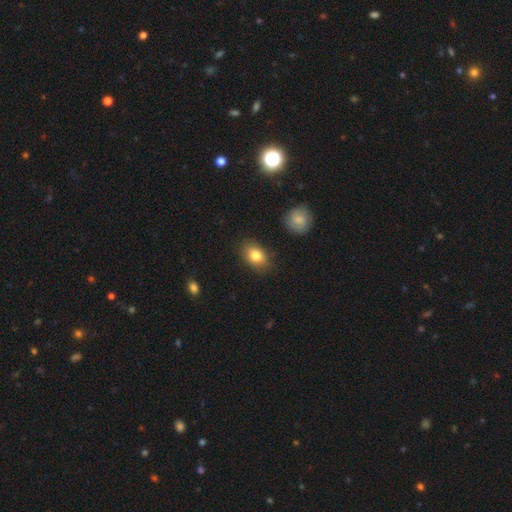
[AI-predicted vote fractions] This is clearly a smooth galaxy (82%). How rounded: likely in between (80%). Merging: clearly none (83%).